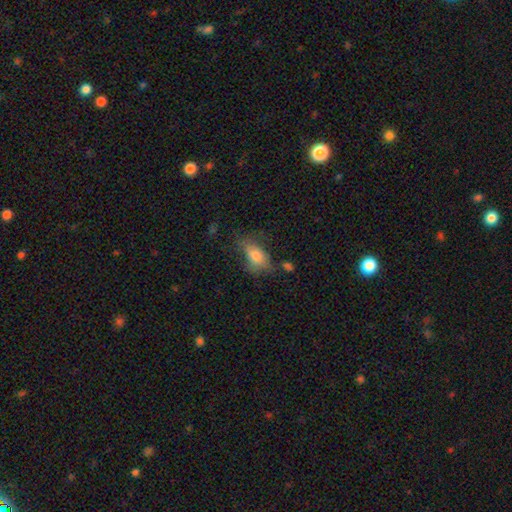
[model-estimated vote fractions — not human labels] smooth_or_featured: smooth (p=0.73) [alt: featured or disk p=0.18]
how_rounded: in between (p=0.86) [alt: round p=0.08]
merging: none (p=0.45) [alt: minor disturbance p=0.31]